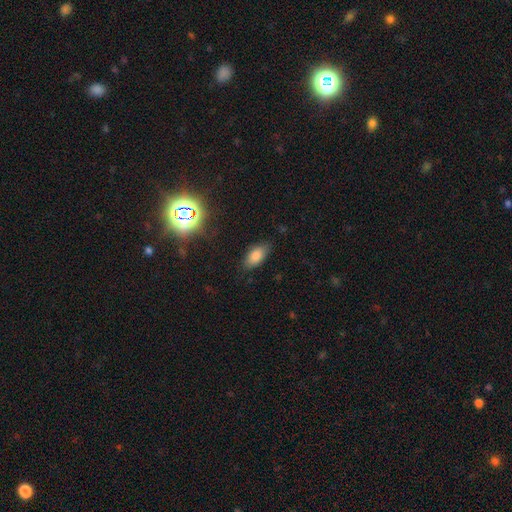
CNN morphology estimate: smooth 81%, star or artifact 11%, featured or disk 8%. Down the decision tree: how rounded — in between (91%); merging — none (82%).